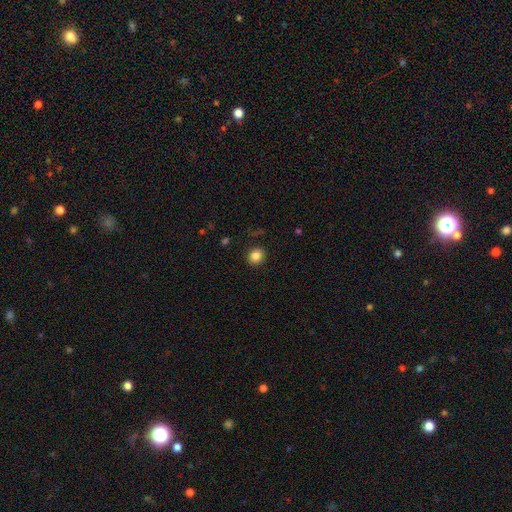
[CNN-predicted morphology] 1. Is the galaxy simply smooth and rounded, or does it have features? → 85% smooth, 11% star or artifact, 5% featured or disk.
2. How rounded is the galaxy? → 80% round, 19% in between, 1% cigar-shaped.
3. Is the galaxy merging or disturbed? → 89% none, 8% minor disturbance, 2% major disturbance, 1% merger.